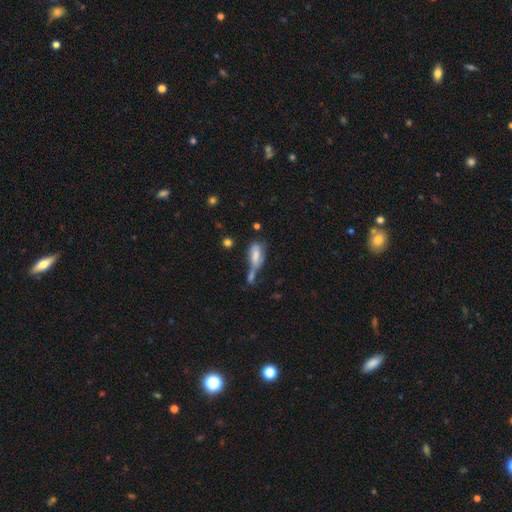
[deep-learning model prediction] smooth 67%, featured or disk 24%, star or artifact 9%. Down the decision tree: how rounded — in between (77%); merging — merger (44%).